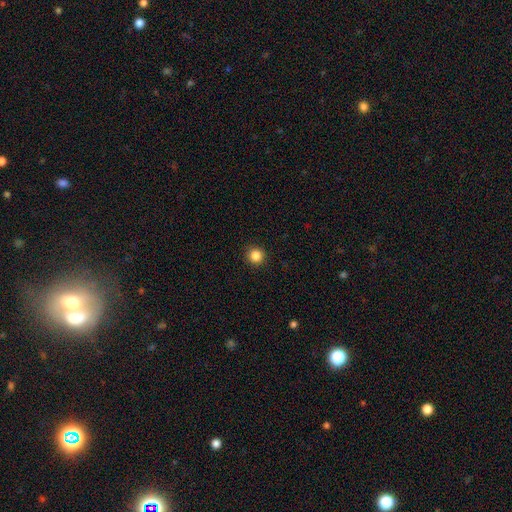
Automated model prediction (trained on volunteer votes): Overall: smooth (86%). How rounded: round (94%). Merging: none (92%).